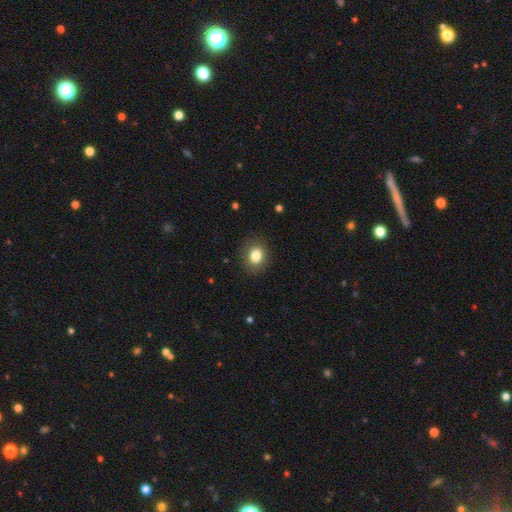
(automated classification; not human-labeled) The model was most divided on "how rounded": round: 55%, in between: 44%, cigar-shaped: 1%. More confident: merging — none (87%); smooth or featured — smooth (82%).